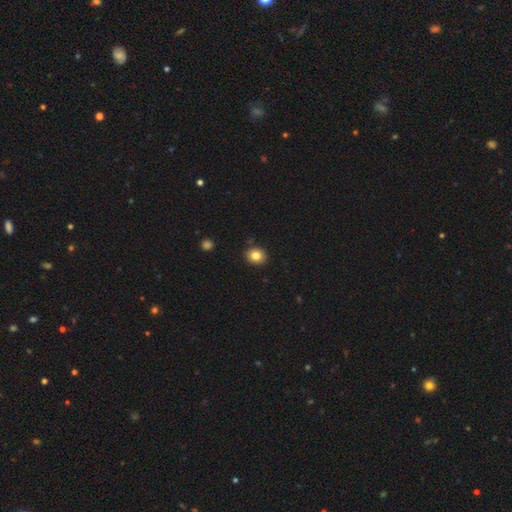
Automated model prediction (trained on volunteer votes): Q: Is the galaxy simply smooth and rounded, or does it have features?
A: smooth — 83%.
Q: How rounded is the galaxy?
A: round — 67%.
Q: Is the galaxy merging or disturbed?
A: none — 89%.